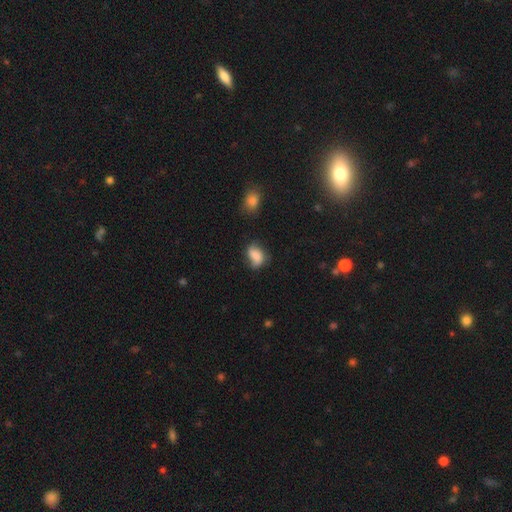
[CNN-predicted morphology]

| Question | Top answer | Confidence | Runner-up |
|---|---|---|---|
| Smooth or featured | smooth | 70% | featured or disk (20%) |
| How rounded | in between | 74% | round (24%) |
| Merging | none | 49% | minor disturbance (33%) |